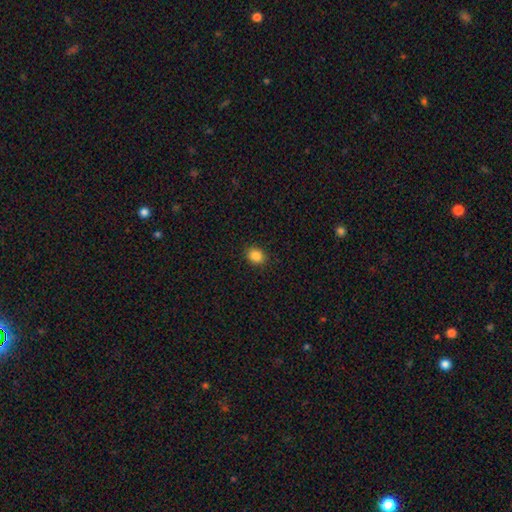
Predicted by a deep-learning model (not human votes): This is clearly a smooth galaxy (86%). How rounded: possibly in between (50%). Merging: clearly none (90%).